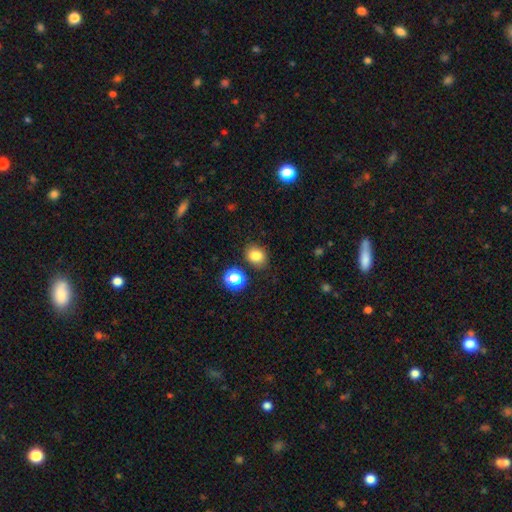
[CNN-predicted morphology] Smooth or featured?
  - smooth: 81% *
  - star or artifact: 13%
  - featured or disk: 6%
How rounded?
  - round: 58% *
  - in between: 41%
  - cigar-shaped: 1%
Merging?
  - none: 82% *
  - minor disturbance: 10%
  - merger: 4%
  - major disturbance: 3%